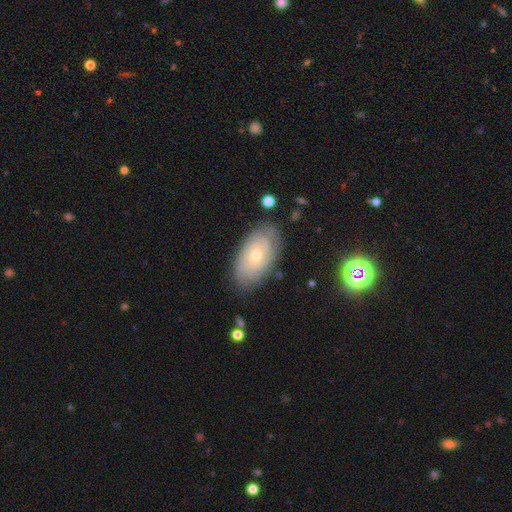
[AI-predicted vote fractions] smooth-or-featured: featured or disk: 69% | smooth: 24% | star or artifact: 7%
  disk-edge-on: no: 94% | yes: 6%
    bar: no: 81% | weak: 16% | strong: 3%
    has-spiral-arms: yes: 86% | no: 14%
      spiral-winding: tight: 74% | medium: 20% | loose: 6%
      spiral-arm-count: can't tell: 51% | 2: 21% | 3: 12% | 4: 7% | 1: 4% | more than 4: 4%
    bulge-size: small: 69% | moderate: 27% | large: 1% | none: 1% | dominant: 1%
  merging: none: 78% | minor disturbance: 16% | major disturbance: 4% | merger: 2%